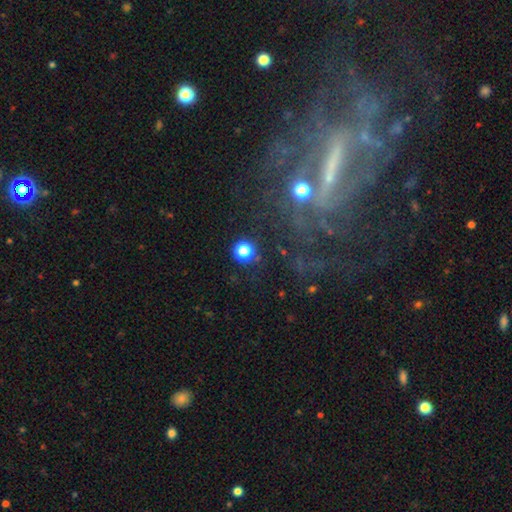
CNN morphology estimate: smooth-or-featured: featured or disk: 75% | star or artifact: 16% | smooth: 9%
  disk-edge-on: no: 84% | yes: 16%
    bar: strong: 55% | weak: 28% | no: 17%
    has-spiral-arms: yes: 72% | no: 28%
    bulge-size: none: 36% | small: 34% | moderate: 24% | large: 4% | dominant: 2%
  merging: none: 52% | major disturbance: 25% | minor disturbance: 18% | merger: 5%